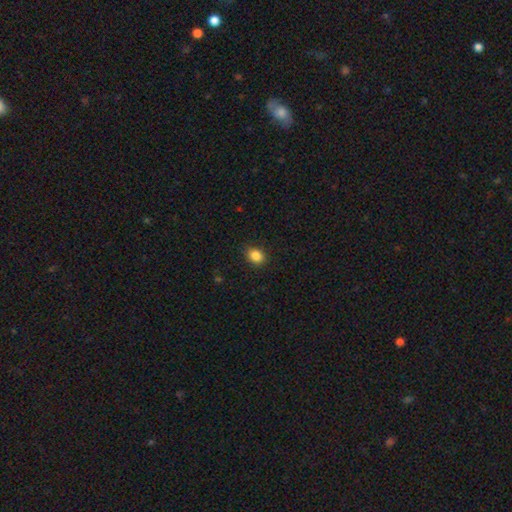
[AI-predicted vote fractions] Overall: smooth (86%). How rounded: in between (55%; round 44%). Merging: none (87%).